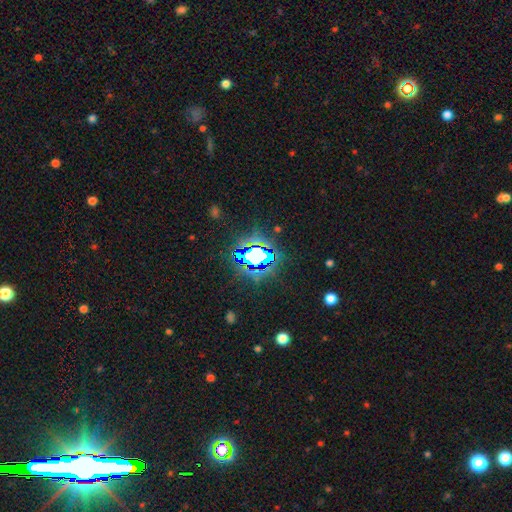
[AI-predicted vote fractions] Overall: star or artifact (74%).